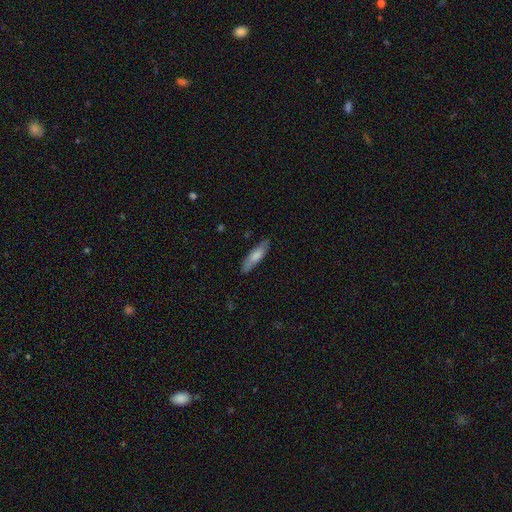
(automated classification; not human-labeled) Smooth or featured?
  - smooth: 73% *
  - featured or disk: 22%
  - star or artifact: 5%
How rounded?
  - cigar-shaped: 66% *
  - in between: 33%
  - round: 2%
Merging?
  - none: 84% *
  - minor disturbance: 12%
  - major disturbance: 2%
  - merger: 1%